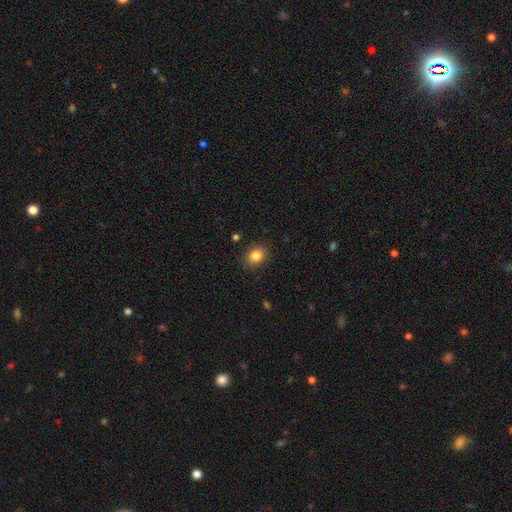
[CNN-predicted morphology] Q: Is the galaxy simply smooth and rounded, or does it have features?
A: smooth — 84%.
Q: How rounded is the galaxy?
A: in between — 55%.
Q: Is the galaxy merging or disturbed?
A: none — 86%.